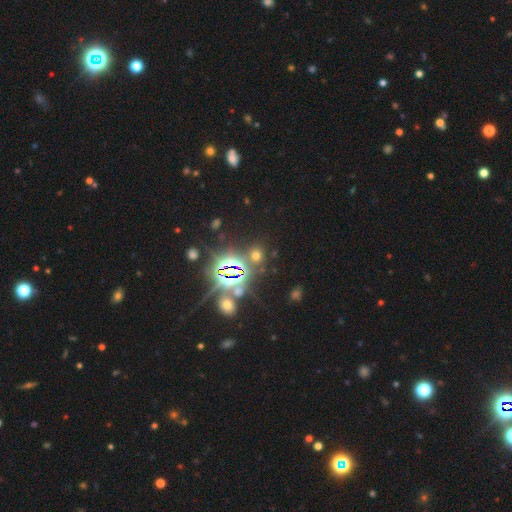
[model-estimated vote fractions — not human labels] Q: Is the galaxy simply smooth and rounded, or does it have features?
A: star or artifact — 49%.